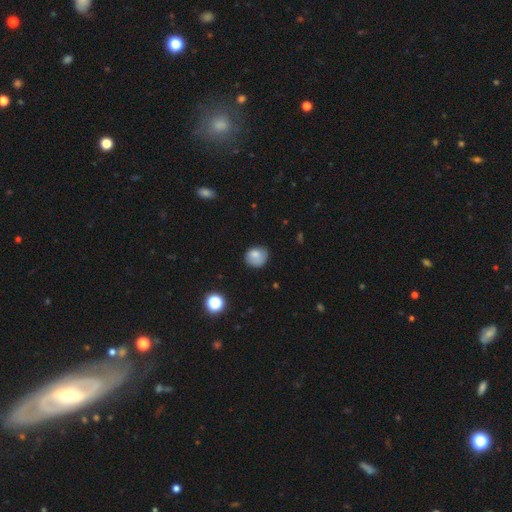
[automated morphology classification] Smooth or featured? Predicted: smooth (p=0.78). How rounded? Predicted: round (p=0.73). Merging? Predicted: none (p=0.68).